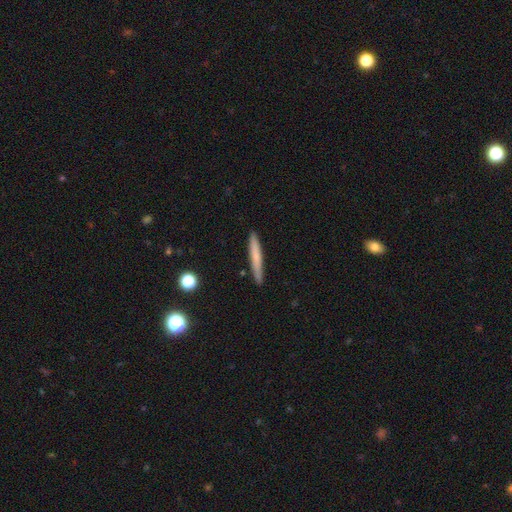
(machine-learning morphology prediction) This appears to be a smooth galaxy with no disk features (66%) that is cigar-shaped (96%). Merging: none (89%).